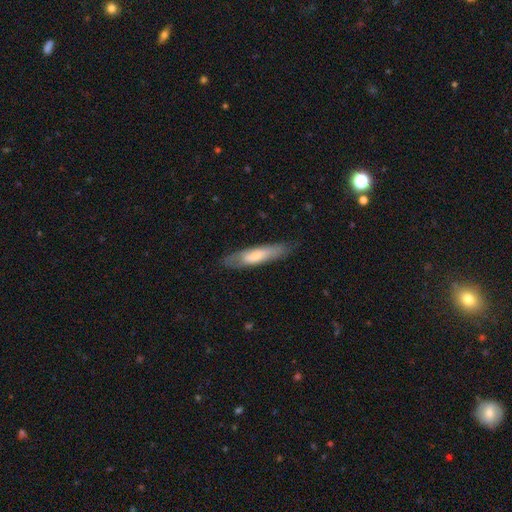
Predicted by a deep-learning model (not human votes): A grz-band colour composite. It shows a smooth galaxy with no disk features (61%) that is cigar-shaped (75%). Merging: none (80%).